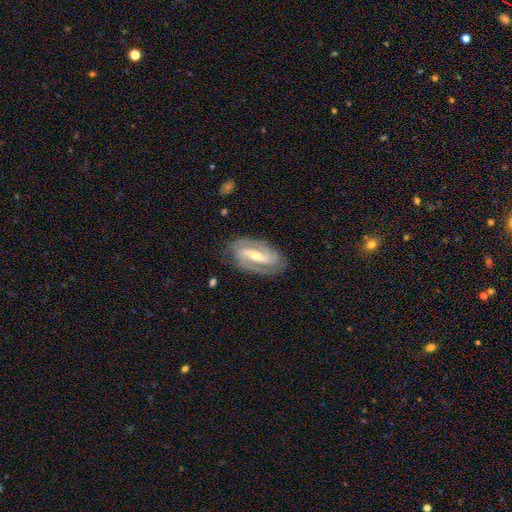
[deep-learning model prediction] This appears to be a featured or disk galaxy (88%) with a strong bar (59%), 2 (86%) medium (45%) spiral arms (95%) and a moderate central bulge (48%). Merging: none (82%).